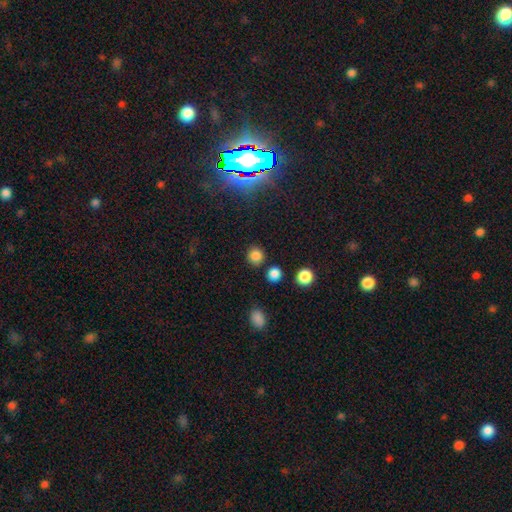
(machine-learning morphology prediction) The model was most divided on "smooth or featured": smooth: 82%, star or artifact: 14%, featured or disk: 4%. More confident: how rounded — round (90%); merging — none (85%).